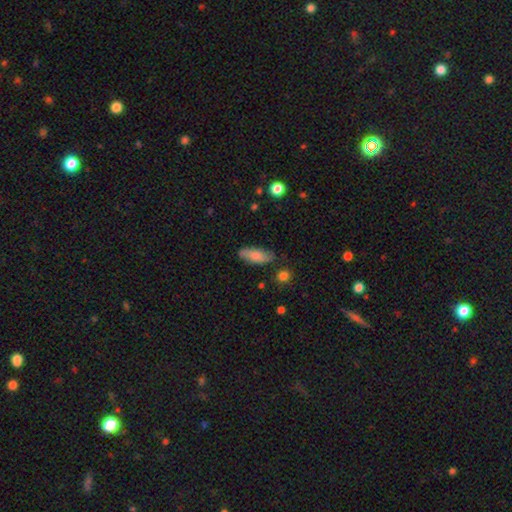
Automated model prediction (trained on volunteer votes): Q: Smooth or featured?
A: smooth (71%); runner-up: featured or disk (22%)
Q: How rounded?
A: in between (74%); runner-up: cigar-shaped (23%)
Q: Merging?
A: none (75%); runner-up: minor disturbance (19%)